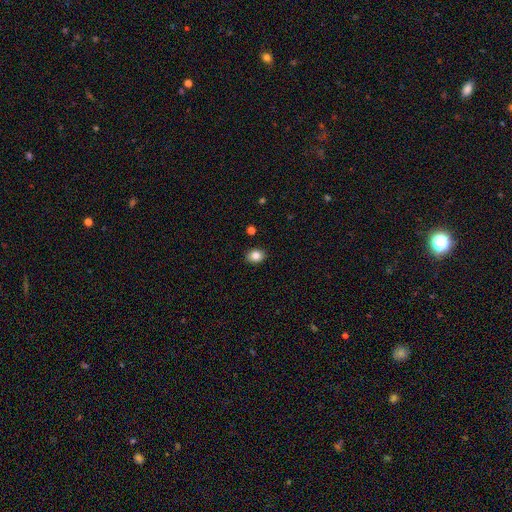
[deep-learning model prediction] A smooth galaxy with no disk features (84%) that is in between round and cigar-shaped (56%).

Vote fractions:
- Smooth or featured? smooth: 84% / star or artifact: 10% / featured or disk: 6%
- How rounded? in between: 56% / round: 43% / cigar-shaped: 1%
- Merging? none: 89% / minor disturbance: 7% / major disturbance: 2% / merger: 1%